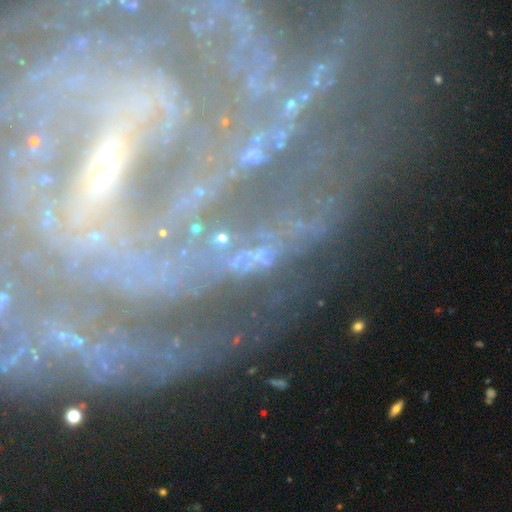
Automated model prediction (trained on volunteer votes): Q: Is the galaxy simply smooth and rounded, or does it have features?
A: featured or disk — 52%.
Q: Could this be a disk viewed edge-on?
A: no — 87%.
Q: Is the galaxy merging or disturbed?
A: none — 63%.